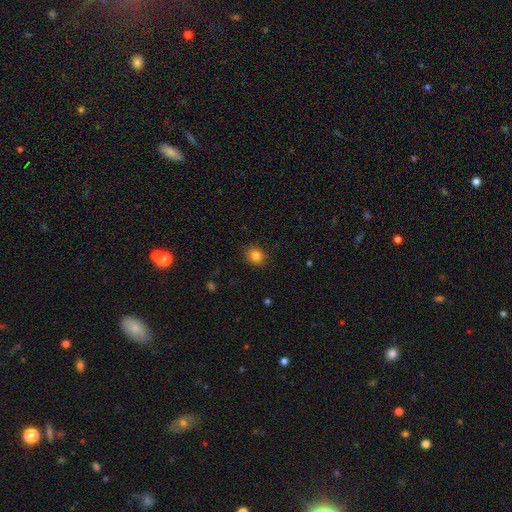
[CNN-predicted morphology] A smooth galaxy with no disk features (83%) that is round (73%).

Vote fractions:
- Smooth or featured? smooth: 83% / star or artifact: 12% / featured or disk: 5%
- How rounded? round: 73% / in between: 27% / cigar-shaped: 1%
- Merging? none: 88% / minor disturbance: 9% / major disturbance: 2% / merger: 1%